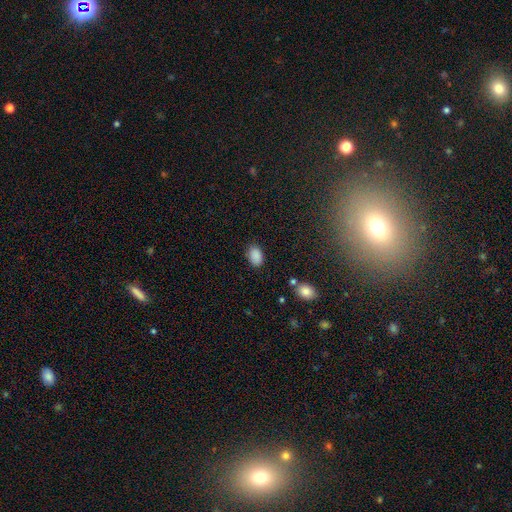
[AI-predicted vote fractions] Morphology: type=smooth (87%); roundness=in between (86%); merging=none (82%).